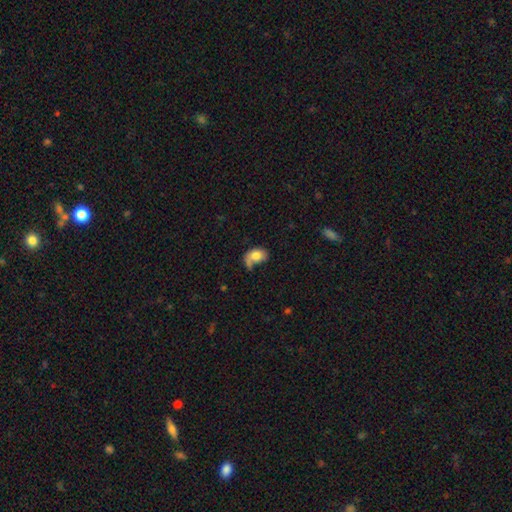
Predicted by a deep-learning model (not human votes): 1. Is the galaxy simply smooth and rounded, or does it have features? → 71% smooth, 20% featured or disk, 8% star or artifact.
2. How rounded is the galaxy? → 79% in between, 19% round, 1% cigar-shaped.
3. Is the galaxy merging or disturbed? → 34% none, 26% major disturbance, 25% minor disturbance, 15% merger.